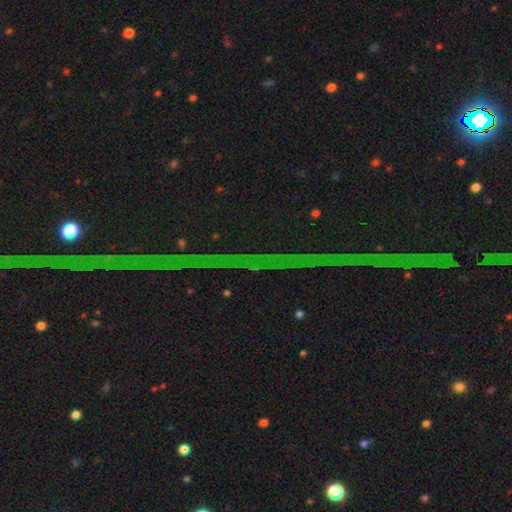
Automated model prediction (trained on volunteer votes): Smooth or featured? star or artifact (82%)